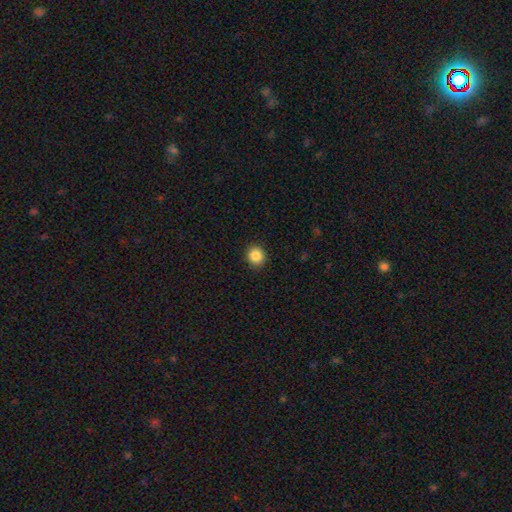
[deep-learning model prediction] Morphology: type=smooth (87%); roundness=round (80%); merging=none (91%).